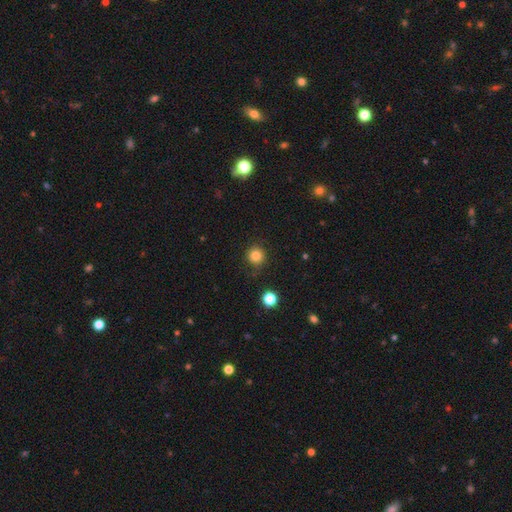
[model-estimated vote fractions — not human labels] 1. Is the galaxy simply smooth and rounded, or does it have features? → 83% smooth, 12% star or artifact, 4% featured or disk.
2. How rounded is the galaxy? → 93% round, 6% in between, 1% cigar-shaped.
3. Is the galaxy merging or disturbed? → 86% none, 9% minor disturbance, 3% major disturbance, 2% merger.